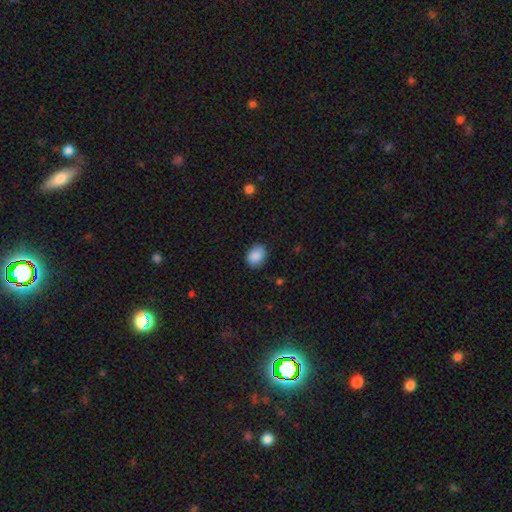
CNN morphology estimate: Smooth or featured?
  - smooth: 87% *
  - star or artifact: 8%
  - featured or disk: 5%
How rounded?
  - in between: 55% *
  - round: 44%
  - cigar-shaped: 1%
Merging?
  - none: 79% *
  - minor disturbance: 17%
  - major disturbance: 3%
  - merger: 1%